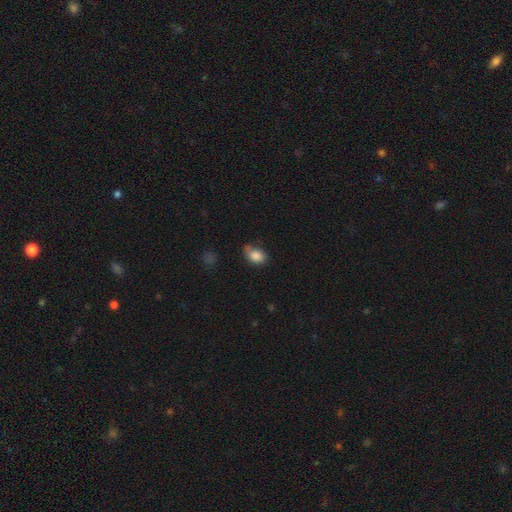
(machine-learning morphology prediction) smooth_or_featured: smooth (p=0.85) [alt: star or artifact p=0.08]
how_rounded: in between (p=0.79) [alt: round p=0.20]
merging: none (p=0.54) [alt: minor disturbance p=0.34]